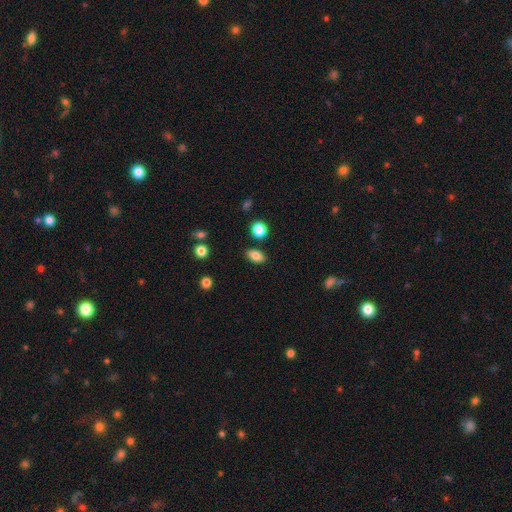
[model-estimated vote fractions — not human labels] A smooth galaxy with no disk features (81%) that is in between round and cigar-shaped (87%). Merging: none (85%).